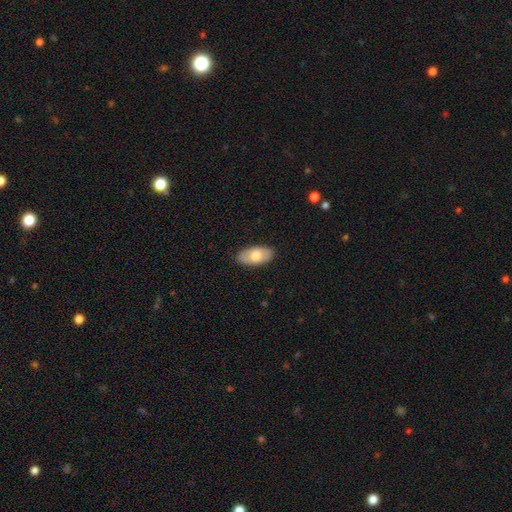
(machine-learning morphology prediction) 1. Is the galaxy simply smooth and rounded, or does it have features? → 63% smooth, 31% featured or disk, 6% star or artifact.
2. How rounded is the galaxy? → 93% in between, 4% round, 3% cigar-shaped.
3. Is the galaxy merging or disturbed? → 86% none, 11% minor disturbance, 2% major disturbance, 1% merger.